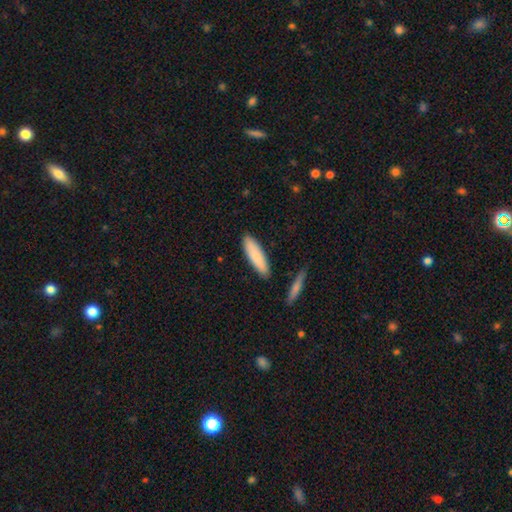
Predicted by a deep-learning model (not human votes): Smooth or featured?
  - smooth: 84% *
  - featured or disk: 11%
  - star or artifact: 6%
How rounded?
  - cigar-shaped: 61% *
  - in between: 38%
  - round: 2%
Merging?
  - none: 86% *
  - minor disturbance: 9%
  - merger: 3%
  - major disturbance: 2%